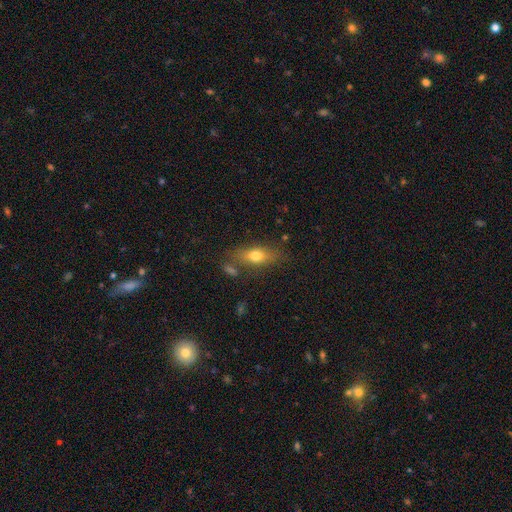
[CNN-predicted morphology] Smooth or featured: smooth — 71% (featured or disk — 20%)
How rounded: in between — 71% (cigar-shaped — 21%)
Merging: none — 72% (minor disturbance — 16%)